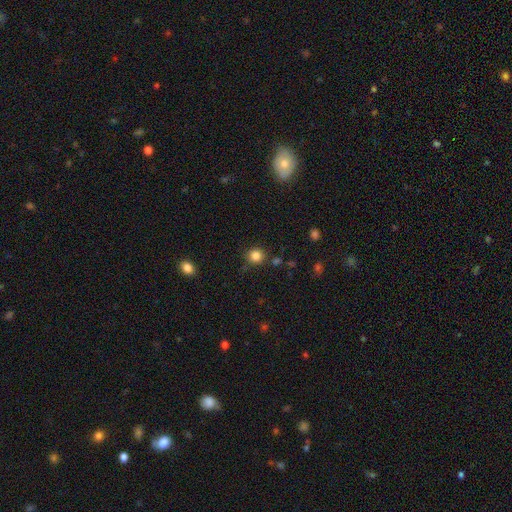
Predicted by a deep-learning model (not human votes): smooth-or-featured: smooth: 84% | star or artifact: 12% | featured or disk: 4%
  how-rounded: round: 87% | in between: 12% | cigar-shaped: 1%
  merging: none: 84% | minor disturbance: 10% | merger: 4% | major disturbance: 3%